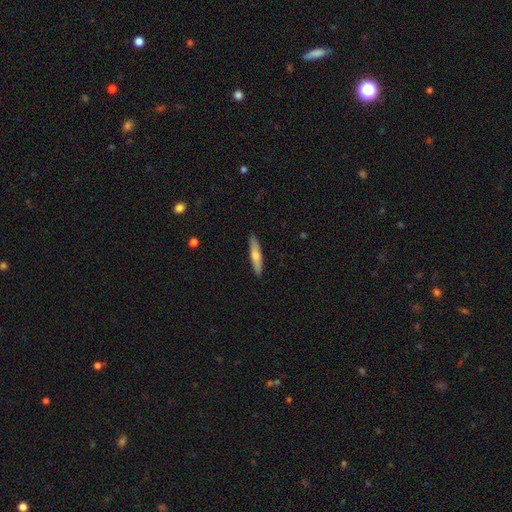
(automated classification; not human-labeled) This is likely a smooth galaxy (65%). How rounded: clearly cigar-shaped (86%). Merging: clearly none (91%).